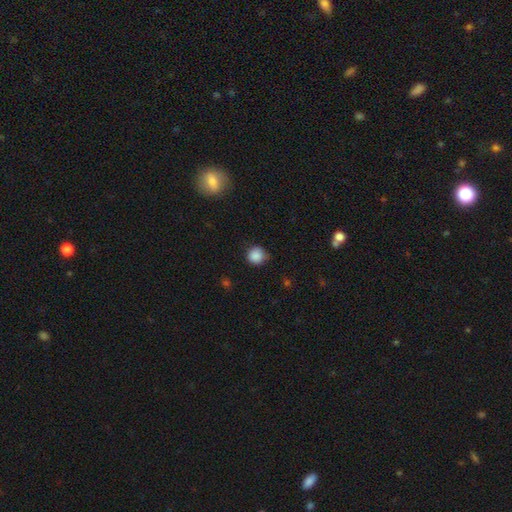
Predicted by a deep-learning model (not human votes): The model was most divided on "merging": none: 80%, minor disturbance: 16%, major disturbance: 3%, merger: 1%. More confident: how rounded — round (92%); smooth or featured — smooth (86%).